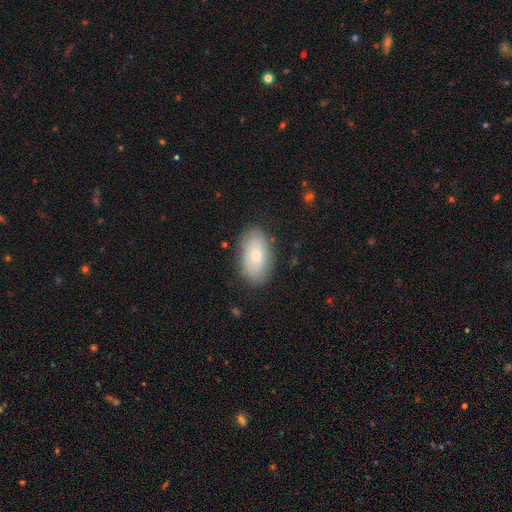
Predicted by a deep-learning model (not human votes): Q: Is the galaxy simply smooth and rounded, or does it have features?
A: smooth — 68%.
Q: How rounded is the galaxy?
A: in between — 92%.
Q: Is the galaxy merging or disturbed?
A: none — 83%.